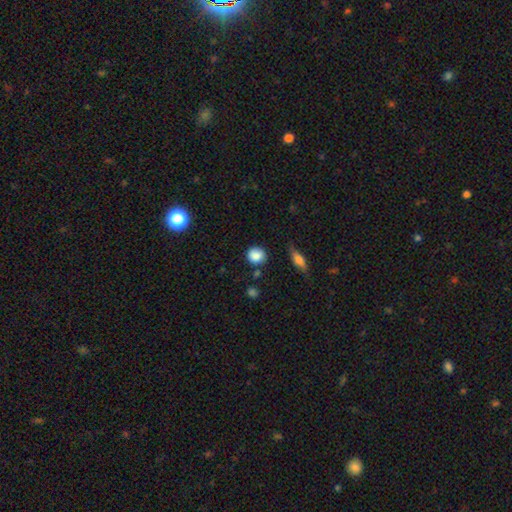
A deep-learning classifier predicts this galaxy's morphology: This appears to be a smooth galaxy with no disk features (85%) that is round (82%). Merging: none (80%).